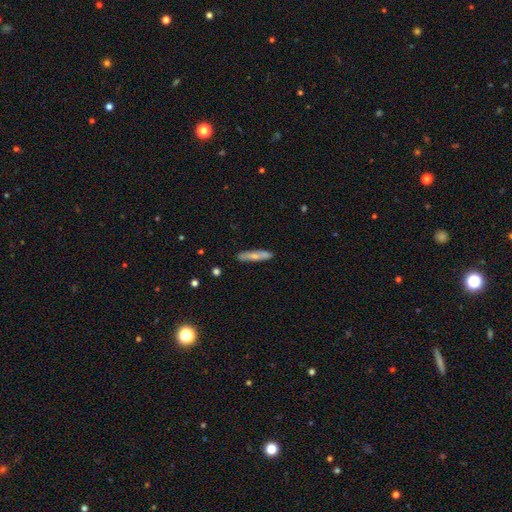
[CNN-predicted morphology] Smooth or featured?
  - smooth: 58% *
  - featured or disk: 36%
  - star or artifact: 6%
How rounded?
  - cigar-shaped: 85% *
  - in between: 13%
  - round: 2%
Merging?
  - none: 86% *
  - minor disturbance: 11%
  - major disturbance: 2%
  - merger: 2%